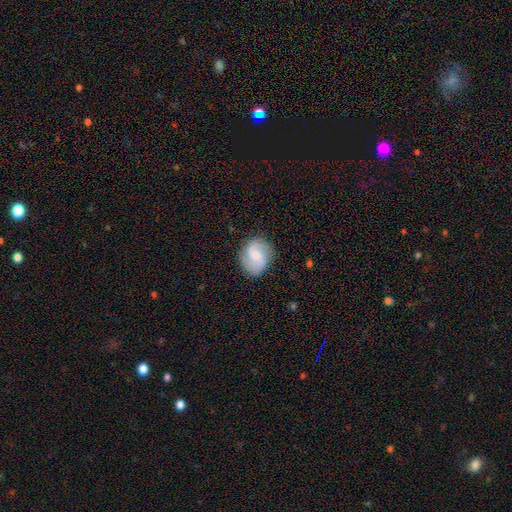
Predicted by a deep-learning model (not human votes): featured or disk 56%, smooth 37%, star or artifact 7%. Down the decision tree: edge-on disk — no (98%); bar — weak (51%); spiral arms — yes (91%); spiral arm count — 2 (85%); spiral winding — medium (44%); bulge size — moderate (44%); merging — none (81%).